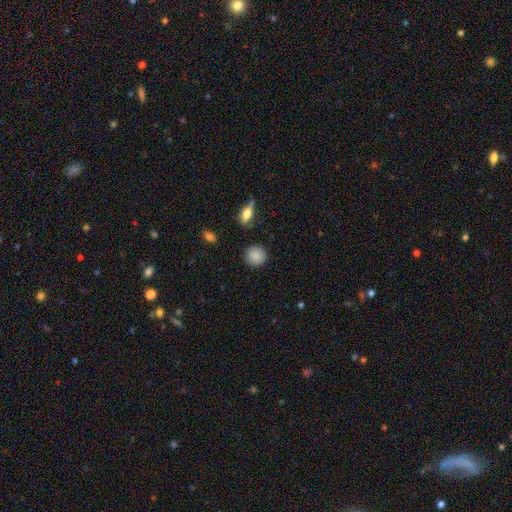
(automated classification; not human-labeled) Smooth or featured? smooth (87%)
How rounded? round (91%)
Merging? none (89%)